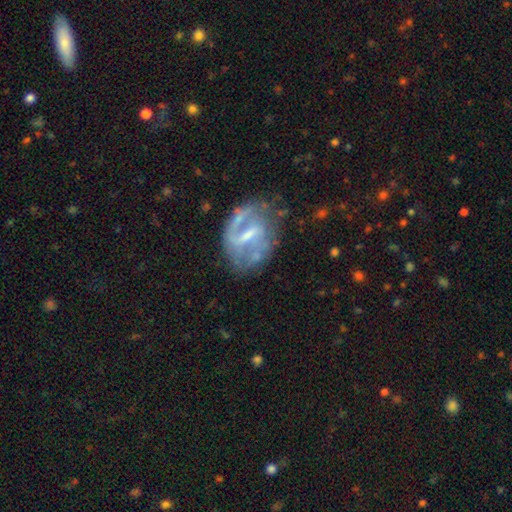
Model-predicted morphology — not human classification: This is likely a featured or disk galaxy (79%). It is clearly not viewed edge-on (97%). Bar: possibly strong (47%). Spiral arm pattern: likely yes (78%). Spiral arm count: likely 2 (62%). Spiral winding: marginally medium (43%). Central bulge: marginally small (42%). Merging: possibly none (56%).